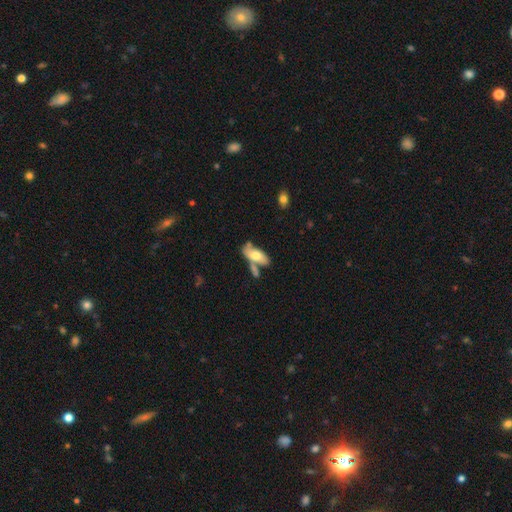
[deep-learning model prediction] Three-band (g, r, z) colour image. It shows a smooth galaxy with no disk features (58%) that is in between round and cigar-shaped (83%). Merging: none (46%).